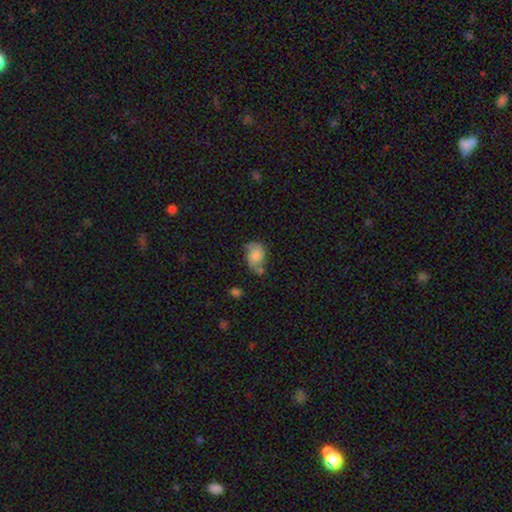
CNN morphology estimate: Smooth or featured: smooth — 47% (featured or disk — 45%)
Merging: none — 46% (minor disturbance — 30%)